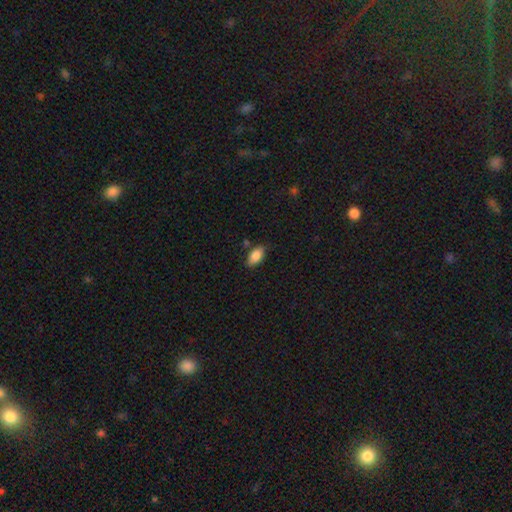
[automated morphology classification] A smooth galaxy with no disk features (87%) that is in between round and cigar-shaped (92%).

Vote fractions:
- Smooth or featured? smooth: 87% / star or artifact: 7% / featured or disk: 6%
- How rounded? in between: 92% / cigar-shaped: 4% / round: 3%
- Merging? none: 78% / minor disturbance: 16% / merger: 3% / major disturbance: 3%